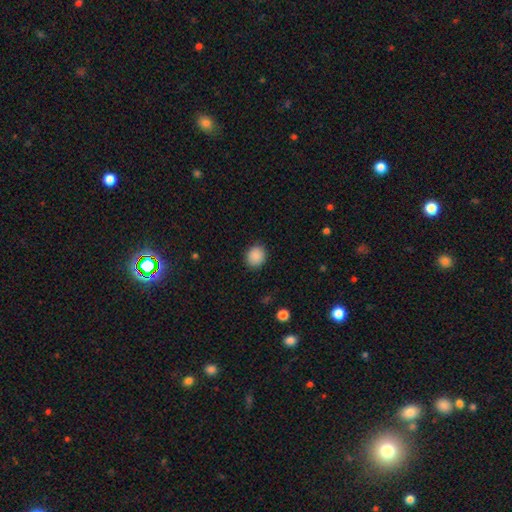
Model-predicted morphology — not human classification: Q: Smooth or featured?
A: smooth (89%); runner-up: star or artifact (8%)
Q: How rounded?
A: round (74%); runner-up: in between (25%)
Q: Merging?
A: none (89%); runner-up: minor disturbance (8%)